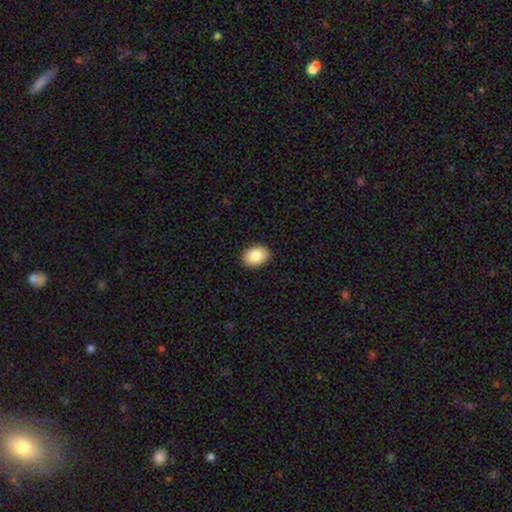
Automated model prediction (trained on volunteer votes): Smooth or featured: smooth — 86% (star or artifact — 7%)
How rounded: in between — 72% (round — 27%)
Merging: none — 91% (minor disturbance — 7%)